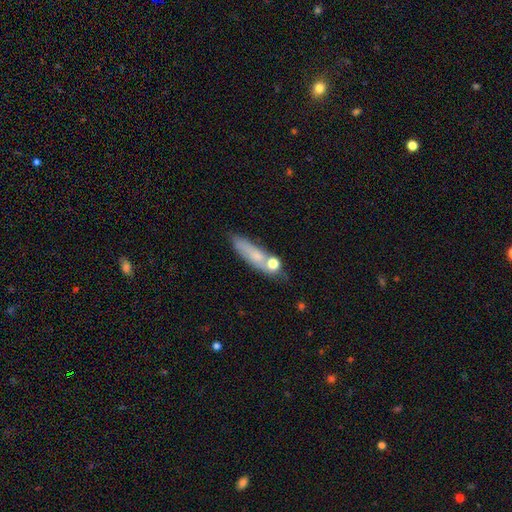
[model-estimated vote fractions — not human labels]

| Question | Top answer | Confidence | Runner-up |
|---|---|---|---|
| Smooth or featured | smooth | 64% | featured or disk (26%) |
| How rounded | cigar-shaped | 65% | in between (30%) |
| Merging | none | 59% | minor disturbance (19%) |